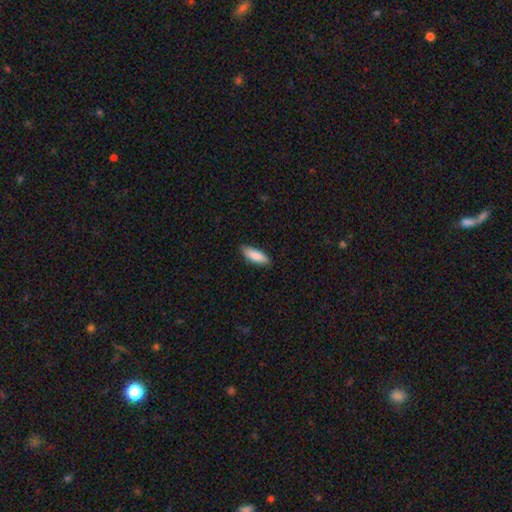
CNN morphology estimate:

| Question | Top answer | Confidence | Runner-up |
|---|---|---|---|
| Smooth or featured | smooth | 87% | featured or disk (8%) |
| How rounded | in between | 60% | cigar-shaped (39%) |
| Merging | none | 86% | minor disturbance (11%) |